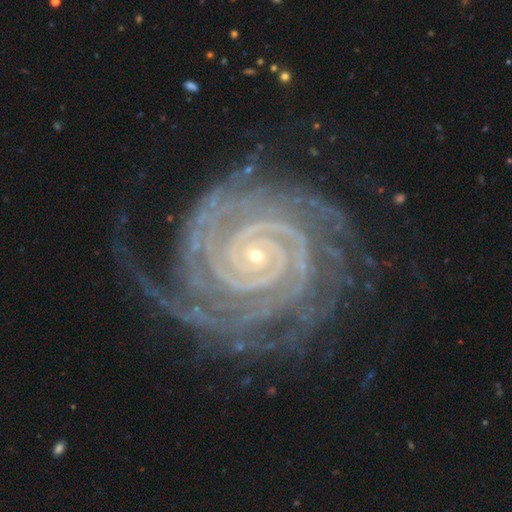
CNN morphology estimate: type=featured or disk (93%); edge-on=no (98%); bar=no (63%); spiral arms=yes (99%); winding=tight (91%); arm count=2 (30%); bulge=small (86%); merging=none (74%).